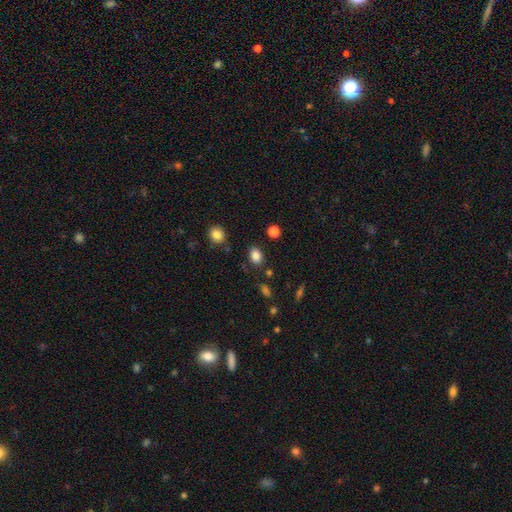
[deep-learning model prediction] smooth 85%, star or artifact 10%, featured or disk 5%. Down the decision tree: how rounded — in between (70%); merging — none (83%).